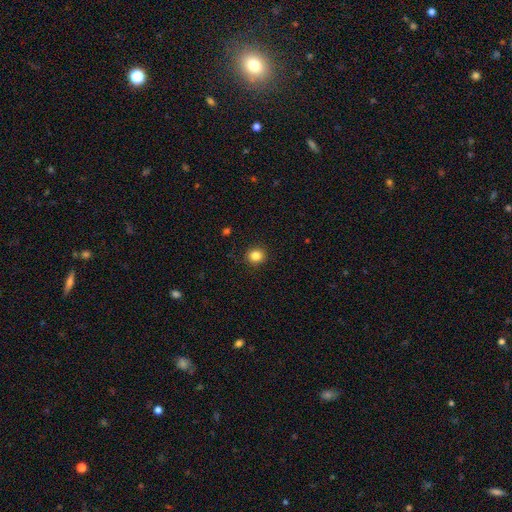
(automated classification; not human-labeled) This appears to be a smooth galaxy with no disk features (84%) that is round (88%). Merging: none (91%).